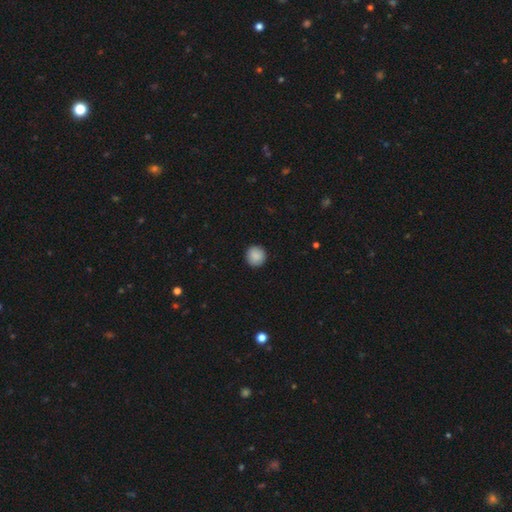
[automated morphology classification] type=smooth (89%); roundness=round (94%); merging=none (92%).